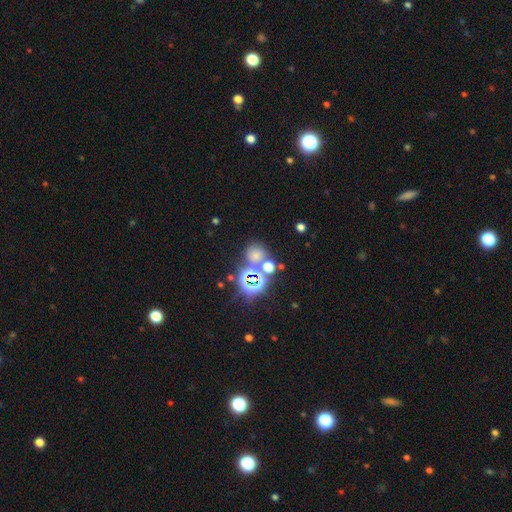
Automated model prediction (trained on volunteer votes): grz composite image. It shows a smooth galaxy with no disk features (47%). Merging: none (59%).